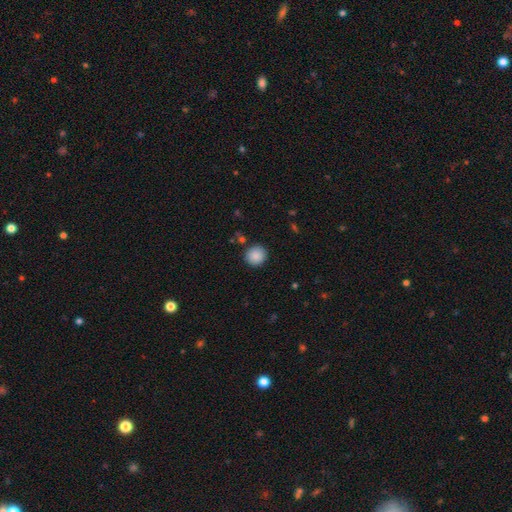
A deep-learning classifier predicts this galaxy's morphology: Overall: smooth (89%). How rounded: round (90%). Merging: none (90%).